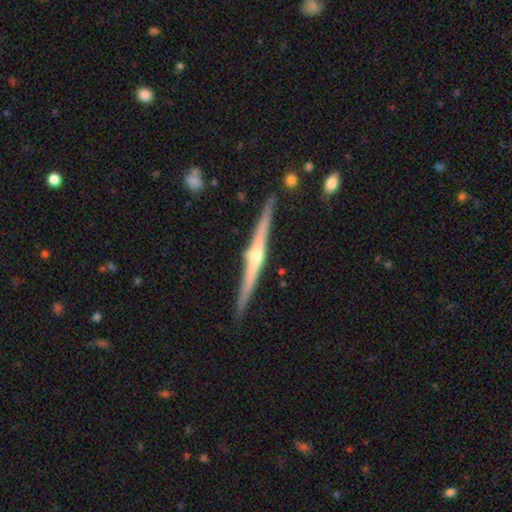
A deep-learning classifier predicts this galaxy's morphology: This appears to be a featured or disk galaxy (83%) viewed edge-on (98%) with a rounded central bulge (88%). Merging: none (90%).